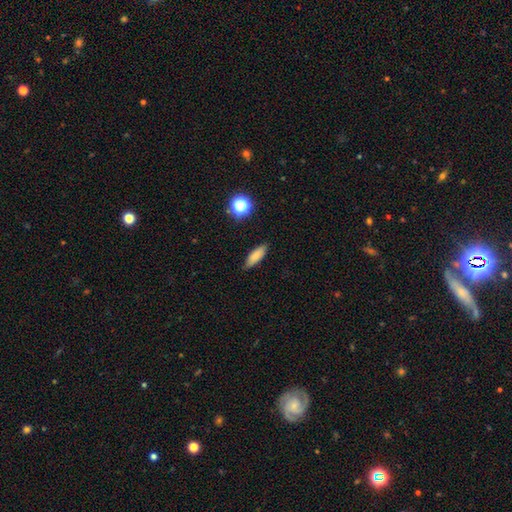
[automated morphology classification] smooth_or_featured: smooth (p=0.82) [alt: star or artifact p=0.09]
how_rounded: in between (p=0.57) [alt: cigar-shaped p=0.40]
merging: none (p=0.85) [alt: minor disturbance p=0.11]